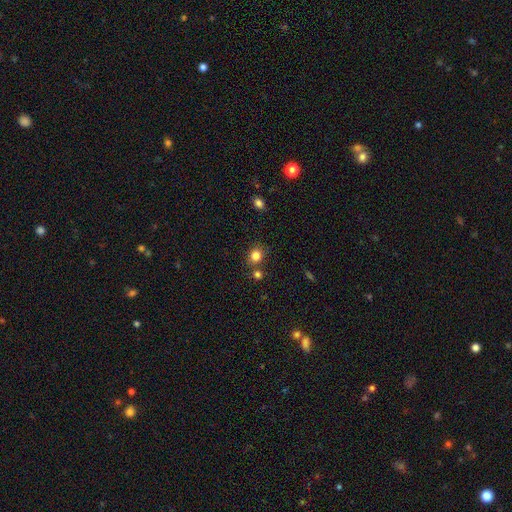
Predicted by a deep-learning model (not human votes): Morphology: type=smooth (82%); roundness=round (72%); merging=none (73%).